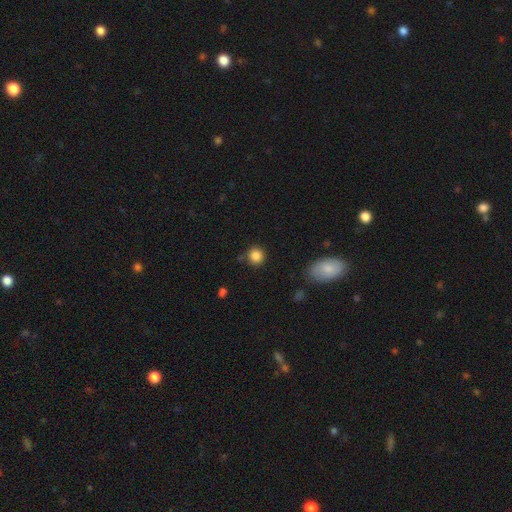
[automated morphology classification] Overall: smooth (86%). How rounded: round (91%). Merging: none (83%).